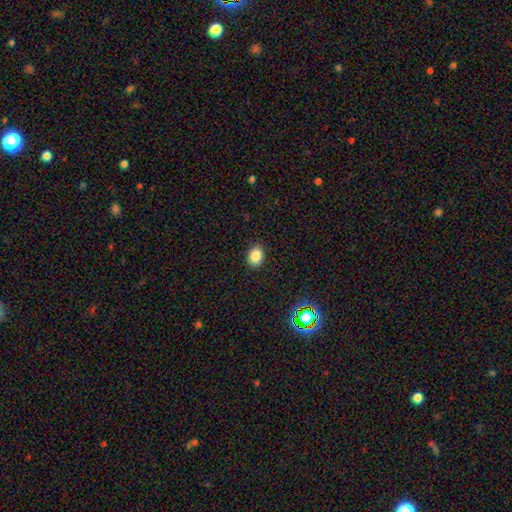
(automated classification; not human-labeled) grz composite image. It shows a smooth galaxy with no disk features (85%) that is in between round and cigar-shaped (59%). Merging: none (89%).